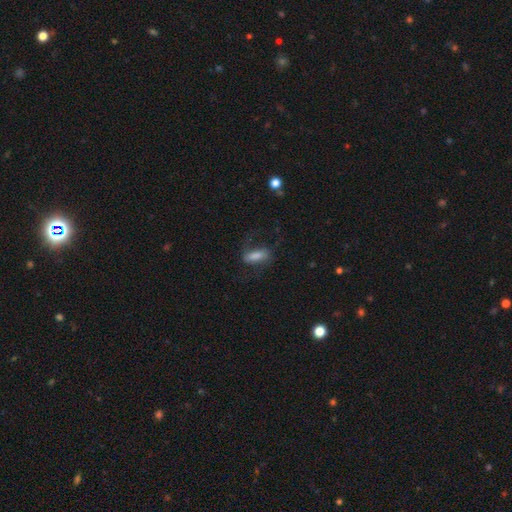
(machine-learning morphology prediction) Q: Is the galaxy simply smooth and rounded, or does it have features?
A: smooth — 49%.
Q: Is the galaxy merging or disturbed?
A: none — 61%.